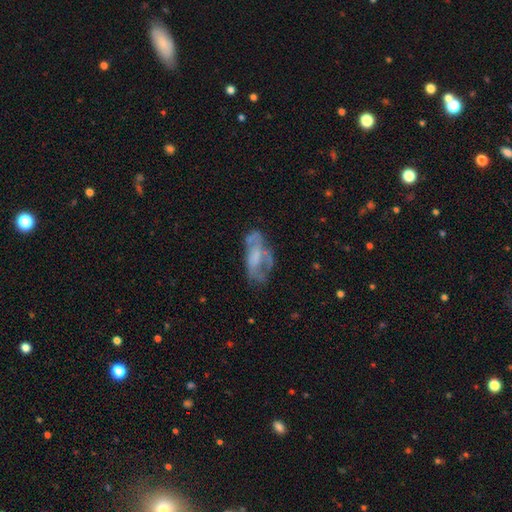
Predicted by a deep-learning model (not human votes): A featured or disk galaxy (54%).

Vote fractions:
- Smooth or featured? featured or disk: 54% / smooth: 36% / star or artifact: 10%
- Edge-on disk? no: 92% / yes: 8%
- Merging? none: 43% / major disturbance: 26% / minor disturbance: 25% / merger: 6%